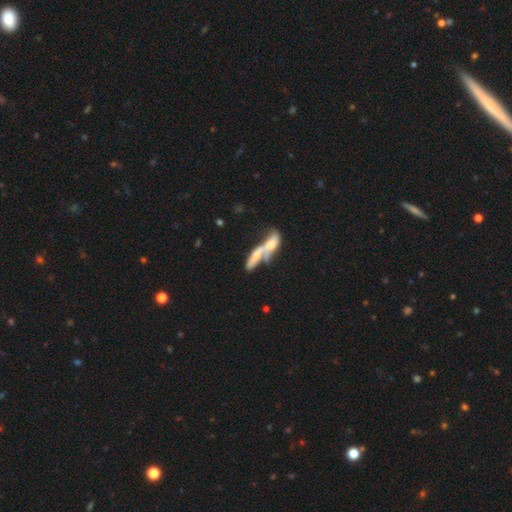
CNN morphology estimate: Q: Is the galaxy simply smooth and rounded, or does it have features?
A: smooth — 51%.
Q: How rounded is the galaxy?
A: cigar-shaped — 51%.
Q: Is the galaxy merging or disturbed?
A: merger — 76%.